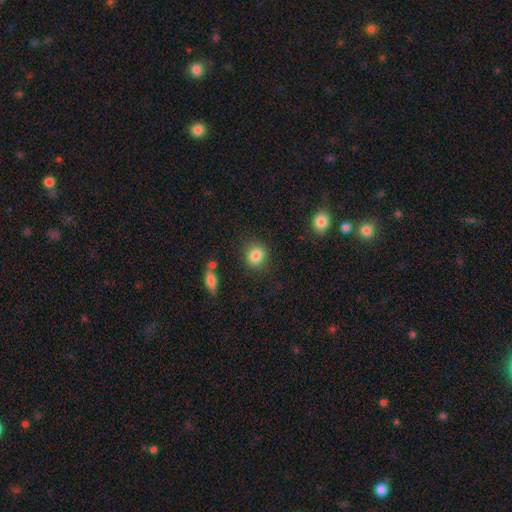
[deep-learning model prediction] smooth_or_featured: smooth (p=0.85) [alt: star or artifact p=0.09]
how_rounded: round (p=0.76) [alt: in between p=0.22]
merging: none (p=0.84) [alt: minor disturbance p=0.10]